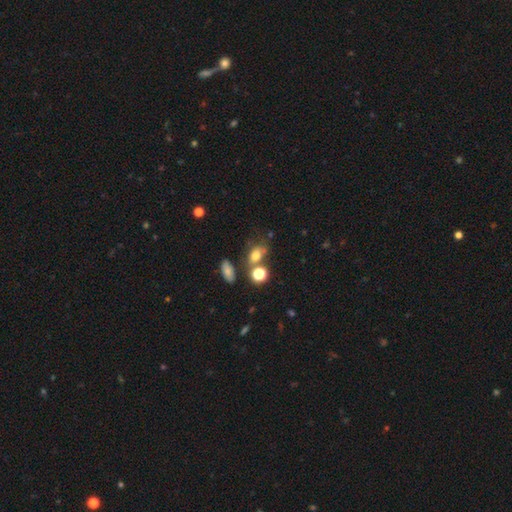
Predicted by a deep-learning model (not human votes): The model was most divided on "merging": none: 49%, merger: 23%, minor disturbance: 18%, major disturbance: 10%. More confident: smooth or featured — smooth (72%); how rounded — in between (66%).